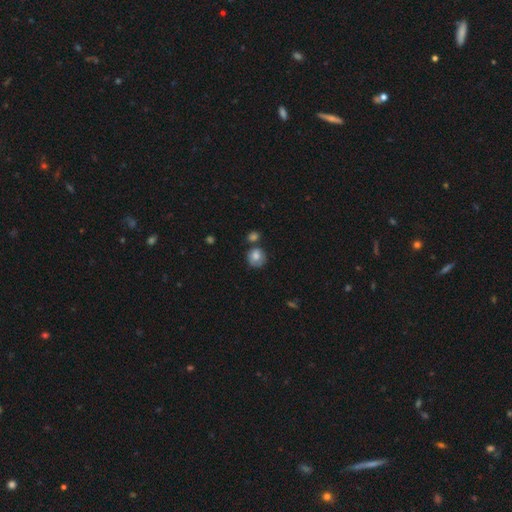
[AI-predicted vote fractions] Overall: smooth (74%). How rounded: round (84%). Merging: none (58%; minor disturbance 19%).